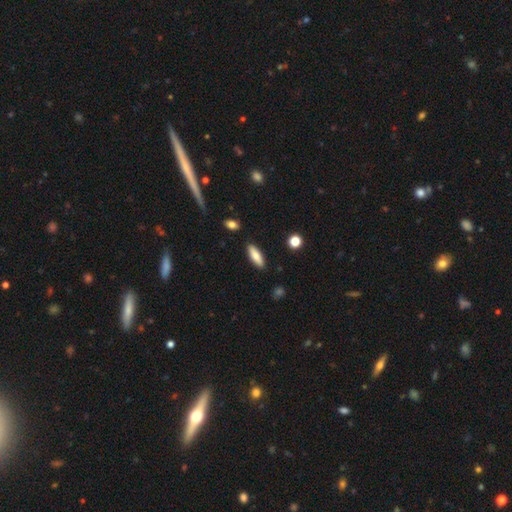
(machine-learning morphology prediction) Smooth or featured?
  - smooth: 79% *
  - featured or disk: 15%
  - star or artifact: 6%
How rounded?
  - in between: 51% *
  - cigar-shaped: 47%
  - round: 2%
Merging?
  - none: 88% *
  - minor disturbance: 8%
  - major disturbance: 2%
  - merger: 2%